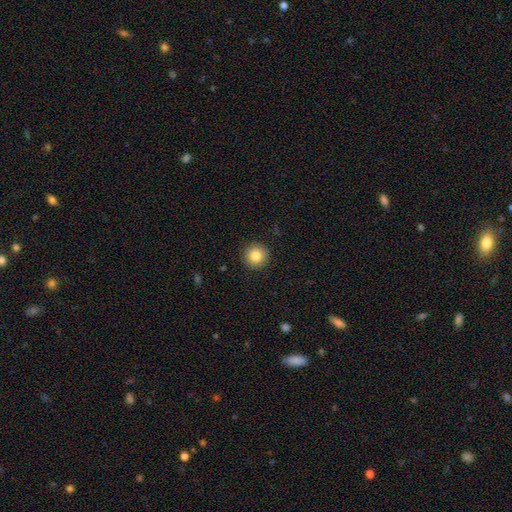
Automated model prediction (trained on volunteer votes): A smooth galaxy with no disk features (84%) that is round (95%).

Vote fractions:
- Smooth or featured? smooth: 84% / star or artifact: 9% / featured or disk: 7%
- How rounded? round: 95% / in between: 4% / cigar-shaped: 1%
- Merging? none: 92% / minor disturbance: 5% / major disturbance: 2% / merger: 1%